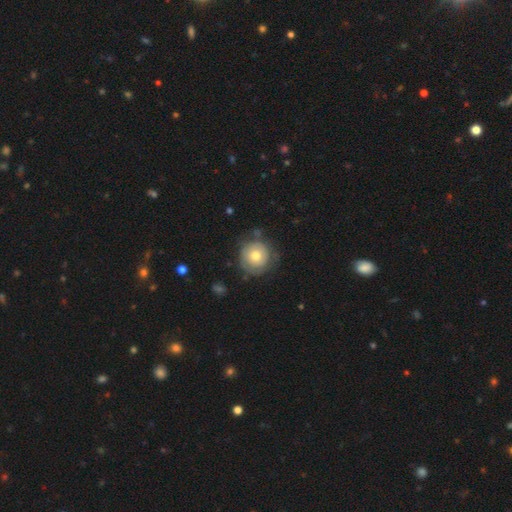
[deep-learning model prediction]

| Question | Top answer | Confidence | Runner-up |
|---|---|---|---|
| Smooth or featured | smooth | 60% | featured or disk (33%) |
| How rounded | round | 91% | in between (8%) |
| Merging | none | 66% | minor disturbance (22%) |